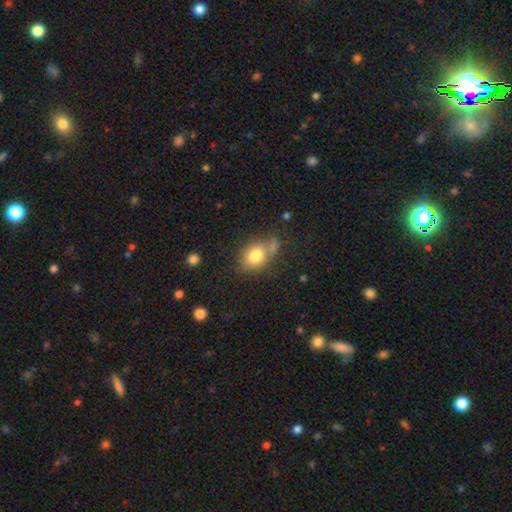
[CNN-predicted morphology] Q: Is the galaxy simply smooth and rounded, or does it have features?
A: smooth — 79%.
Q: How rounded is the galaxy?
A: in between — 62%.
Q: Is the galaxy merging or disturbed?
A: none — 55%.